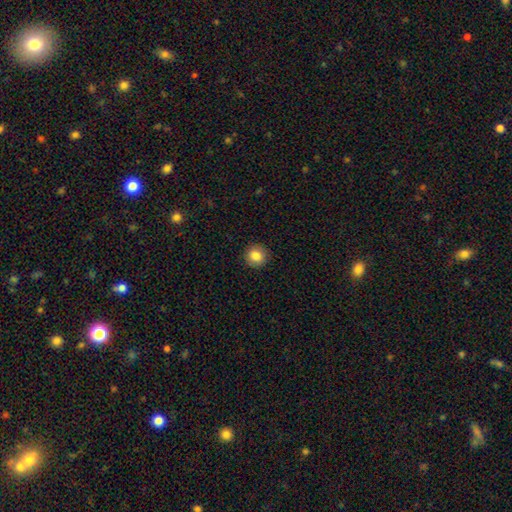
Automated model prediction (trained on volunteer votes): Q: Smooth or featured?
A: smooth (85%); runner-up: star or artifact (9%)
Q: How rounded?
A: round (91%); runner-up: in between (8%)
Q: Merging?
A: none (92%); runner-up: minor disturbance (6%)